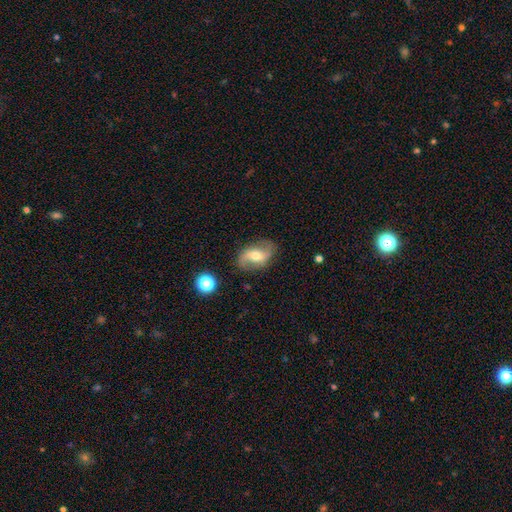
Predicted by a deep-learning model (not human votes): A featured or disk galaxy (68%) with a weak bar (39%), 2 (89%) loose (71%) spiral arms (87%) and a moderate central bulge (63%).

Vote fractions:
- Smooth or featured? featured or disk: 68% / smooth: 24% / star or artifact: 8%
- Edge-on disk? no: 95% / yes: 5%
- Bar? weak: 39% / no: 38% / strong: 23%
- Spiral arms? yes: 87% / no: 13%
- Spiral winding? loose: 71% / medium: 22% / tight: 7%
- Spiral arm count? 2: 89% / can't tell: 4% / 1: 3% / 3: 1% / 4: 1% / more than 4: 1%
- Bulge size? moderate: 63% / small: 30% / large: 5% / none: 1% / dominant: 1%
- Merging? none: 77% / minor disturbance: 16% / major disturbance: 5% / merger: 2%